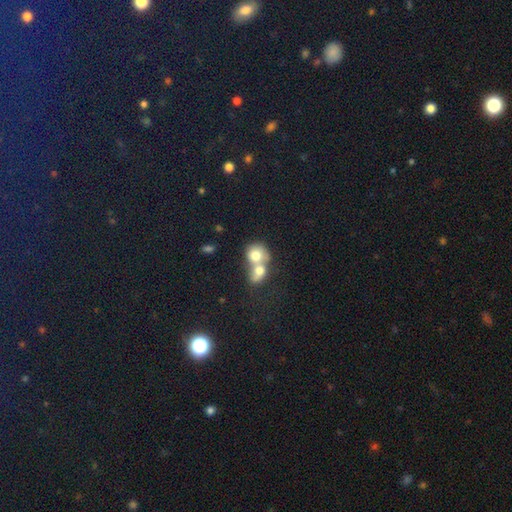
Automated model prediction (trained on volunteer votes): smooth 71%, featured or disk 20%, star or artifact 8%. Down the decision tree: how rounded — round (65%); merging — merger (78%).